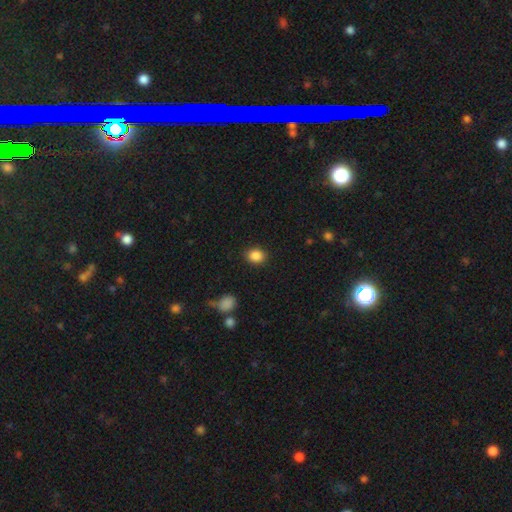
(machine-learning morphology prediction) A smooth galaxy with no disk features (86%) that is round (52%).

Vote fractions:
- Smooth or featured? smooth: 86% / star or artifact: 9% / featured or disk: 4%
- How rounded? round: 52% / in between: 47% / cigar-shaped: 1%
- Merging? none: 88% / minor disturbance: 8% / major disturbance: 2% / merger: 1%